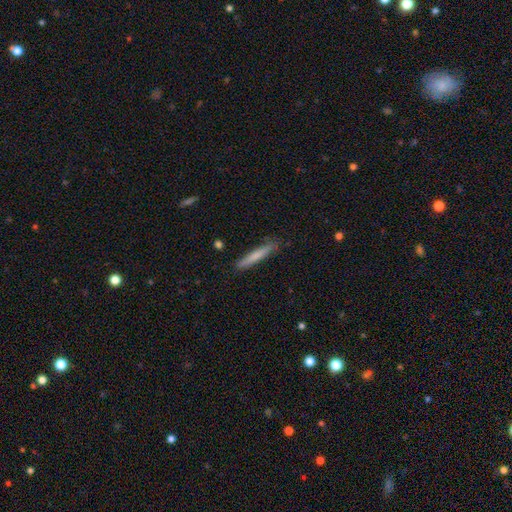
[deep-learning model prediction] smooth-or-featured: smooth: 70% | featured or disk: 25% | star or artifact: 6%
  how-rounded: cigar-shaped: 95% | in between: 3% | round: 1%
  merging: none: 86% | minor disturbance: 11% | major disturbance: 2% | merger: 1%